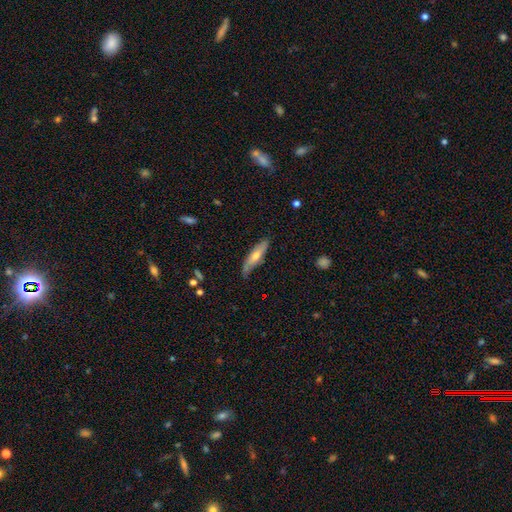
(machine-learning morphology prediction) Smooth or featured? smooth (55%)
How rounded? cigar-shaped (68%)
Merging? none (65%)